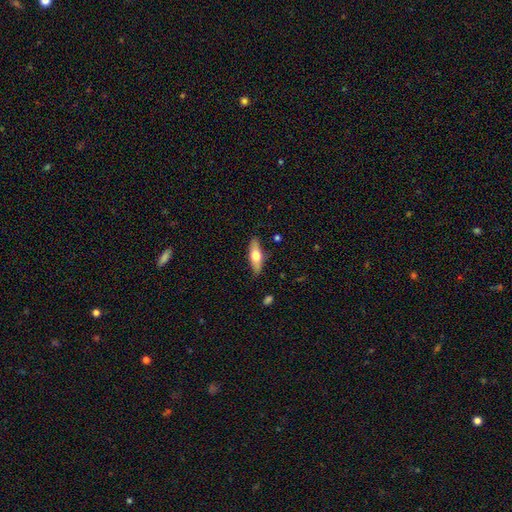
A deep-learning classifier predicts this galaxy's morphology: The model was most divided on "how rounded": in between: 57%, cigar-shaped: 40%, round: 3%. More confident: merging — none (84%); smooth or featured — smooth (57%).